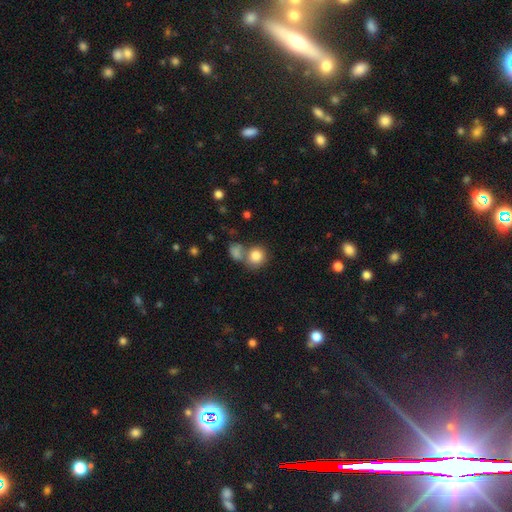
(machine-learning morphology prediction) The model was most divided on "merging": none: 53%, merger: 32%, minor disturbance: 10%, major disturbance: 5%. More confident: how rounded — round (83%); smooth or featured — smooth (83%).